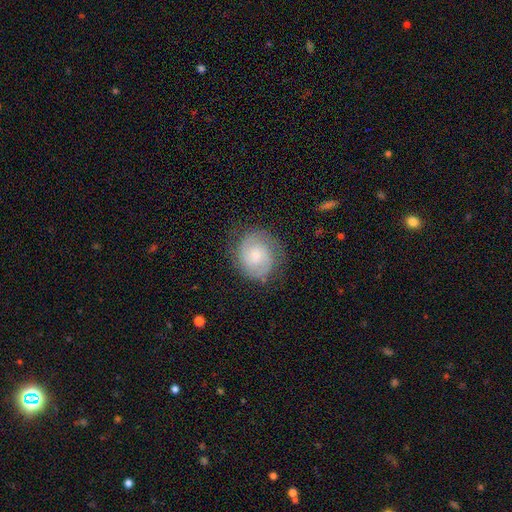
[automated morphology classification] Q: Smooth or featured?
A: featured or disk (69%); runner-up: smooth (24%)
Q: Edge-on disk?
A: no (98%); runner-up: yes (2%)
Q: Bar?
A: no (68%); runner-up: weak (28%)
Q: Spiral arms?
A: yes (94%); runner-up: no (6%)
Q: Spiral winding?
A: tight (54%); runner-up: medium (37%)
Q: Spiral arm count?
A: 2 (75%); runner-up: can't tell (12%)
Q: Bulge size?
A: small (49%); runner-up: moderate (39%)
Q: Merging?
A: none (78%); runner-up: minor disturbance (15%)